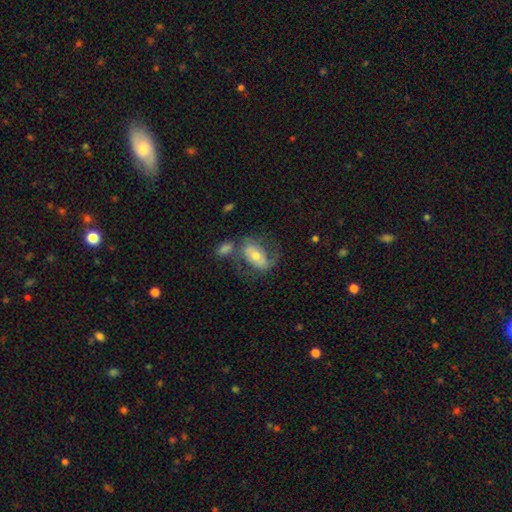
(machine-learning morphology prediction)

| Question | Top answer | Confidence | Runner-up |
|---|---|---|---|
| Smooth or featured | featured or disk | 55% | smooth (38%) |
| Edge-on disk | no | 92% | yes (8%) |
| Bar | no | 46% | weak (28%) |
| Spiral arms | yes | 66% | no (34%) |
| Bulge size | moderate | 58% | small (32%) |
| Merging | none | 42% | merger (22%) |